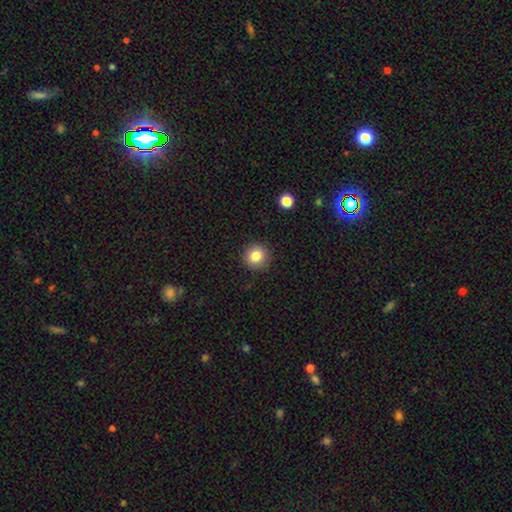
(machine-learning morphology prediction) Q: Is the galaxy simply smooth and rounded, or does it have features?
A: smooth — 82%.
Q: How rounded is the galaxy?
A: round — 93%.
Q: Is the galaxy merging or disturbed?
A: none — 90%.